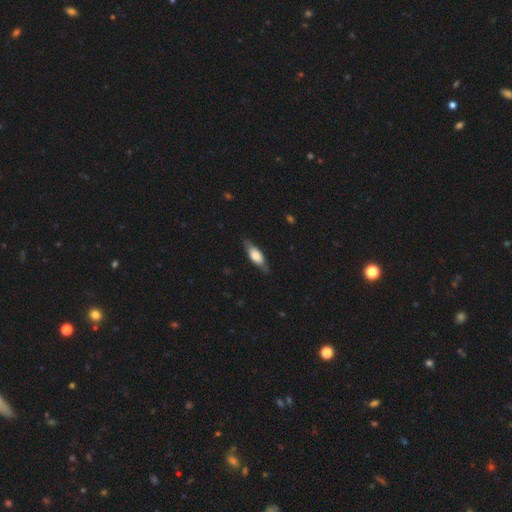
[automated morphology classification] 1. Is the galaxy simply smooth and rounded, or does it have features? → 59% smooth, 35% featured or disk, 6% star or artifact.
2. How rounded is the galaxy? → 63% in between, 34% cigar-shaped, 2% round.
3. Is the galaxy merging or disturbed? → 78% none, 17% minor disturbance, 4% major disturbance, 1% merger.